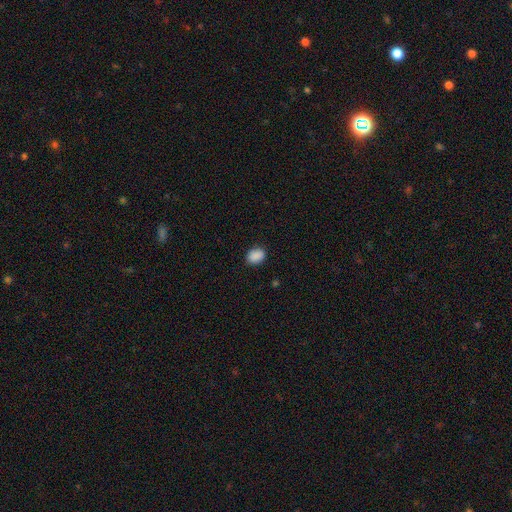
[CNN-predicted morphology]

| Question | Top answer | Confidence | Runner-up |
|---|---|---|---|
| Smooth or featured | smooth | 89% | star or artifact (8%) |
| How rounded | in between | 63% | round (36%) |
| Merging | none | 86% | minor disturbance (10%) |